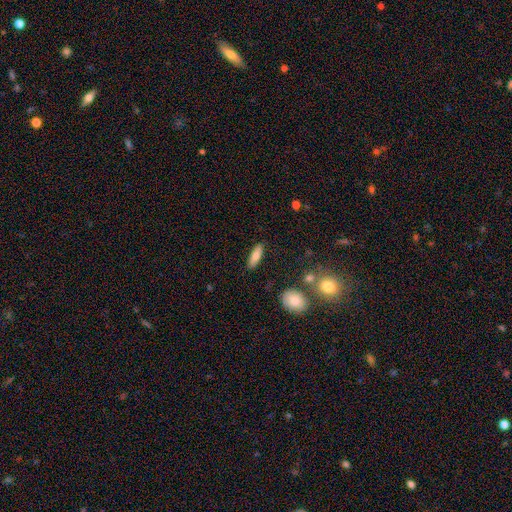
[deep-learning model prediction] Smooth or featured: smooth — 72% (featured or disk — 21%)
How rounded: in between — 53% (cigar-shaped — 44%)
Merging: none — 87% (minor disturbance — 9%)